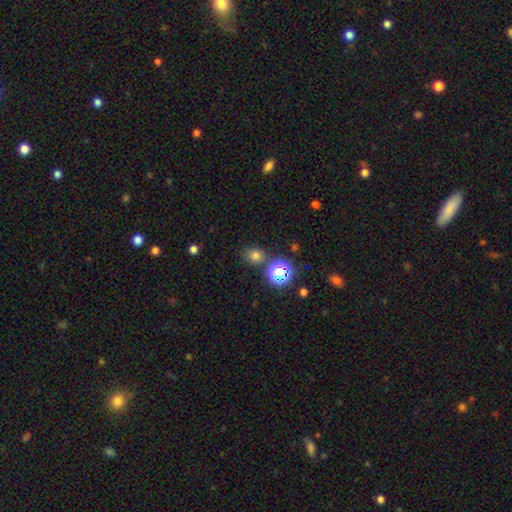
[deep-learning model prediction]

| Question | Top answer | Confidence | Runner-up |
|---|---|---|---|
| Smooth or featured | smooth | 70% | star or artifact (24%) |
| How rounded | round | 69% | in between (30%) |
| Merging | none | 78% | minor disturbance (10%) |